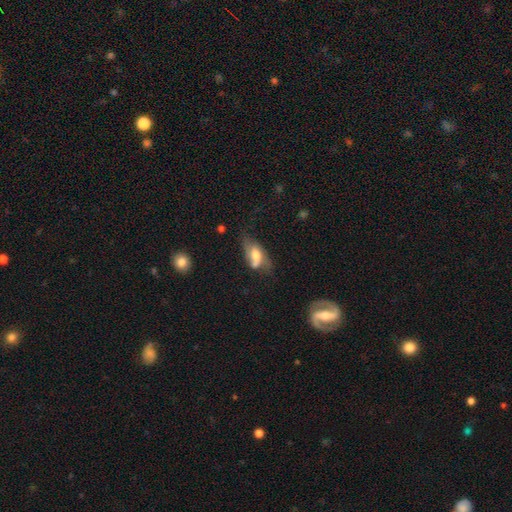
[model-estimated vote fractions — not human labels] A smooth galaxy with no disk features (47%). Merging: none (40%).